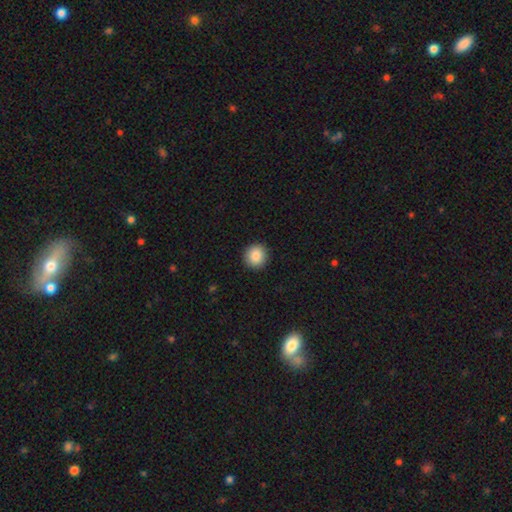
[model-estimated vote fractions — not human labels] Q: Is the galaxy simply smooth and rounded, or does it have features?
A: smooth — 88%.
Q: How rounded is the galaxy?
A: round — 92%.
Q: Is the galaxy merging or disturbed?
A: none — 92%.